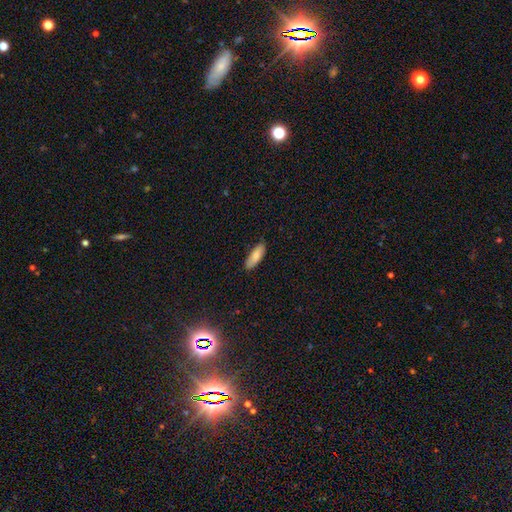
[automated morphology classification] smooth 85%, featured or disk 9%, star or artifact 6%. Down the decision tree: how rounded — in between (64%); merging — none (83%).